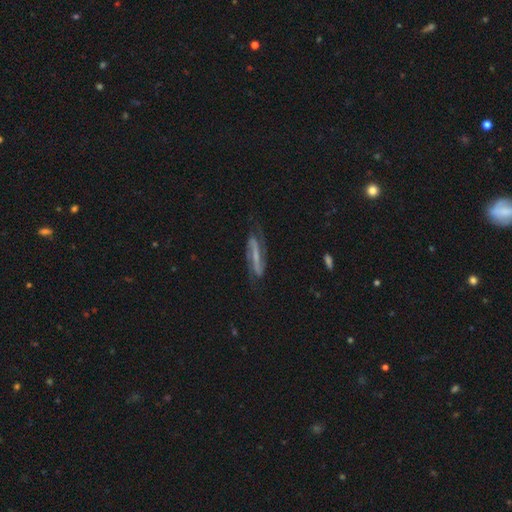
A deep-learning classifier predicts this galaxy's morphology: smooth_or_featured: featured or disk (p=0.77) [alt: smooth p=0.15]
disk_edge_on: no (p=0.78) [alt: yes p=0.22]
bar: strong (p=0.61) [alt: weak p=0.25]
has_spiral_arms: yes (p=0.91) [alt: no p=0.09]
spiral_winding: loose (p=0.46) [alt: medium p=0.36]
spiral_arm_count: 2 (p=0.88) [alt: can't tell p=0.05]
bulge_size: small (p=0.43) [alt: none p=0.39]
merging: none (p=0.69) [alt: minor disturbance p=0.19]